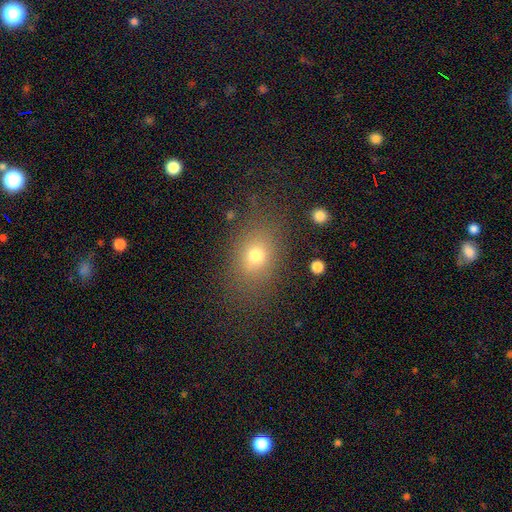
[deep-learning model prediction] Morphology: type=smooth (72%); roundness=in between (61%); merging=none (78%).